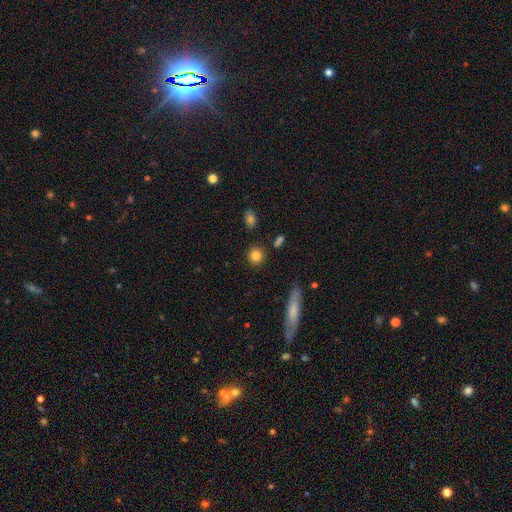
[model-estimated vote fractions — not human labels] Q: Smooth or featured?
A: smooth (83%); runner-up: star or artifact (9%)
Q: How rounded?
A: round (87%); runner-up: in between (11%)
Q: Merging?
A: none (88%); runner-up: minor disturbance (7%)